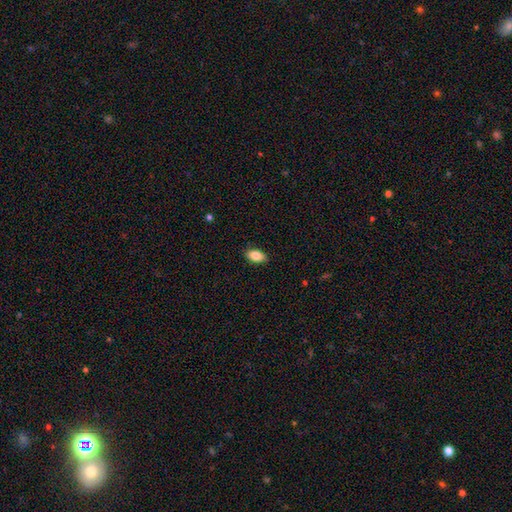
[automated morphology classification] A smooth galaxy with no disk features (84%) that is in between round and cigar-shaped (92%). Merging: none (88%).